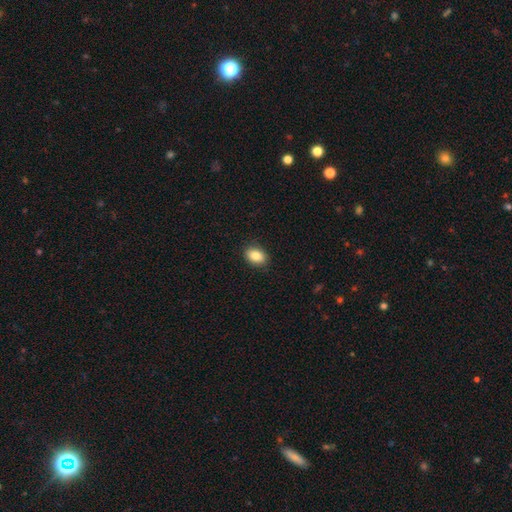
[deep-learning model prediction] This is clearly a smooth galaxy (84%). How rounded: clearly in between (80%). Merging: clearly none (89%).